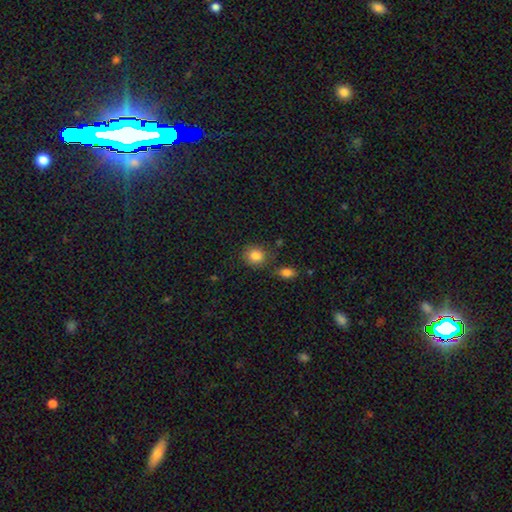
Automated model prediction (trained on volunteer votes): Smooth or featured? smooth (85%)
How rounded? round (81%)
Merging? none (79%)